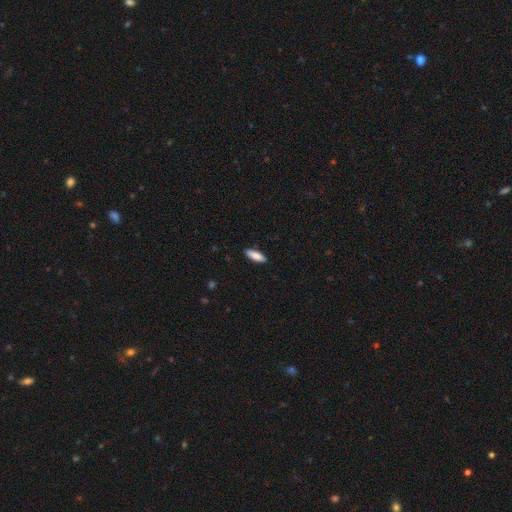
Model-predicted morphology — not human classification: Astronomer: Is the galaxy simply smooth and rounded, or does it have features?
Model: smooth — 86%.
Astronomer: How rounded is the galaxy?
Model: in between — 60% (runner-up: cigar-shaped, 38%).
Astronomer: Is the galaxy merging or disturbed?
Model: none — 88%.